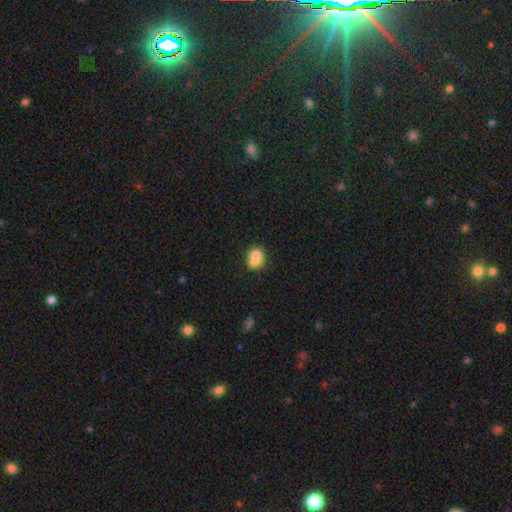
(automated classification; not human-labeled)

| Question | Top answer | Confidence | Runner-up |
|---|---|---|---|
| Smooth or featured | smooth | 75% | featured or disk (15%) |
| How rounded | round | 50% | in between (49%) |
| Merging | none | 41% | merger (35%) |